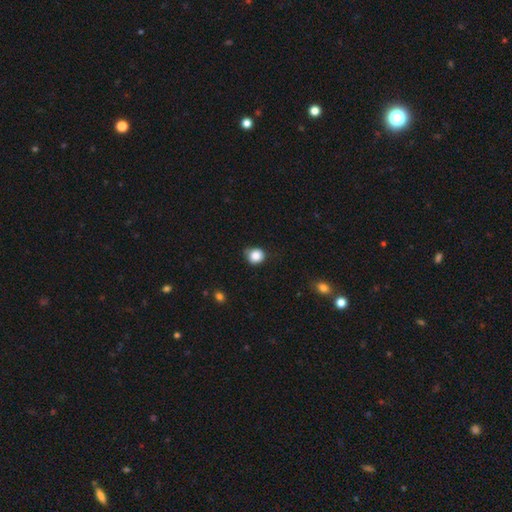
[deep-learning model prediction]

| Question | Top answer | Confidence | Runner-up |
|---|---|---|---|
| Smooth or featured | smooth | 85% | star or artifact (10%) |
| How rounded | round | 82% | in between (17%) |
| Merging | none | 67% | minor disturbance (26%) |